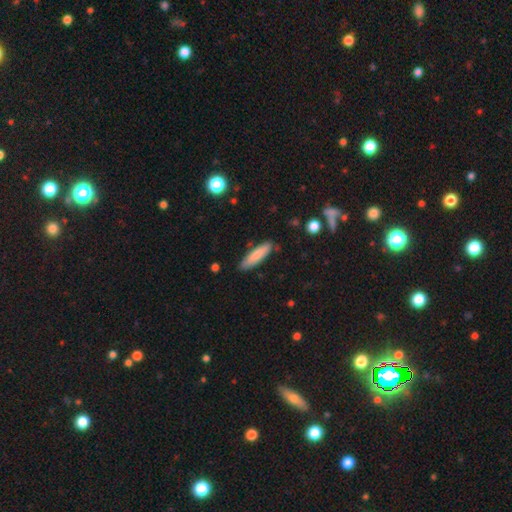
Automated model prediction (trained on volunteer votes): The model was most divided on "how rounded": cigar-shaped: 70%, in between: 29%, round: 1%. More confident: merging — none (84%); smooth or featured — smooth (77%).